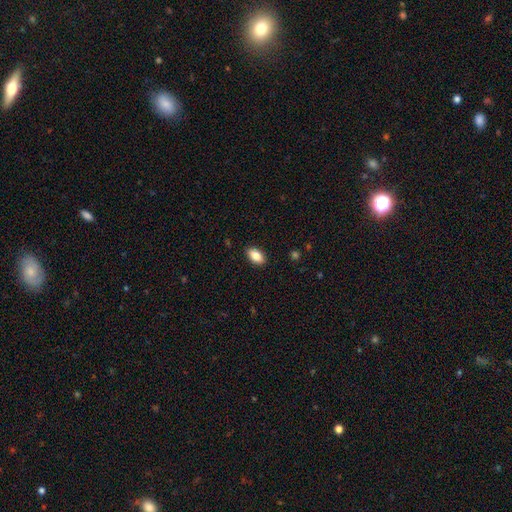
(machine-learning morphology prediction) Smooth or featured? Predicted: smooth (p=0.85). How rounded? Predicted: in between (p=0.92). Merging? Predicted: none (p=0.89).